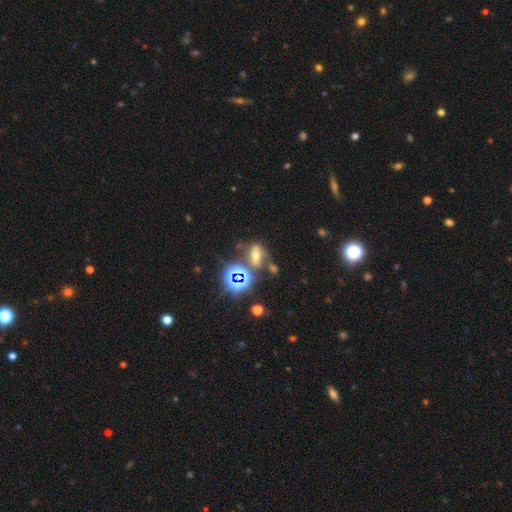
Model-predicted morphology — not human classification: A star or artifact, not a galaxy (39%, tied with smooth).